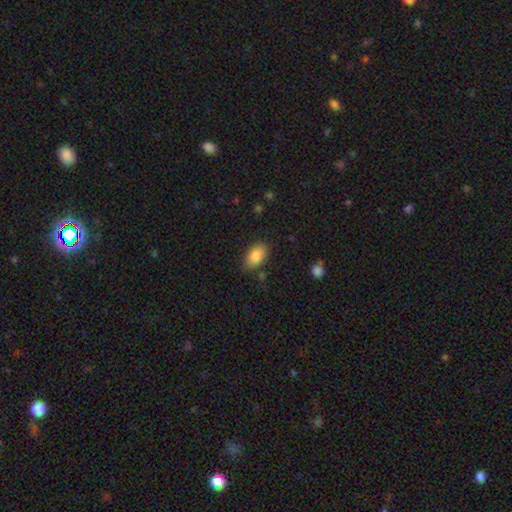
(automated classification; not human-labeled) Q: Smooth or featured?
A: smooth (86%); runner-up: star or artifact (7%)
Q: How rounded?
A: in between (92%); runner-up: round (6%)
Q: Merging?
A: none (82%); runner-up: minor disturbance (13%)